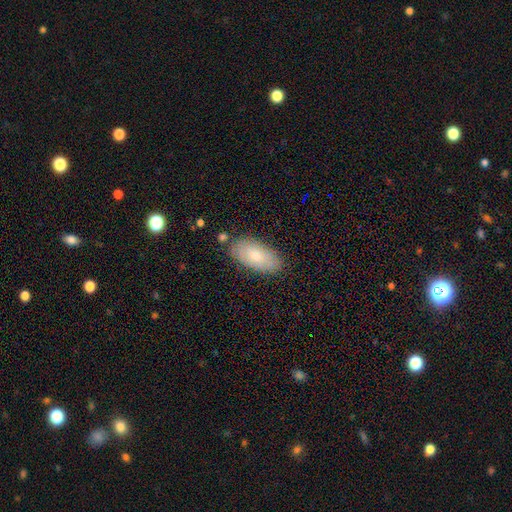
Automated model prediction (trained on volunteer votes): Smooth or featured?
  - smooth: 69% *
  - featured or disk: 25%
  - star or artifact: 6%
How rounded?
  - in between: 92% *
  - cigar-shaped: 5%
  - round: 3%
Merging?
  - none: 80% *
  - minor disturbance: 14%
  - merger: 3%
  - major disturbance: 3%